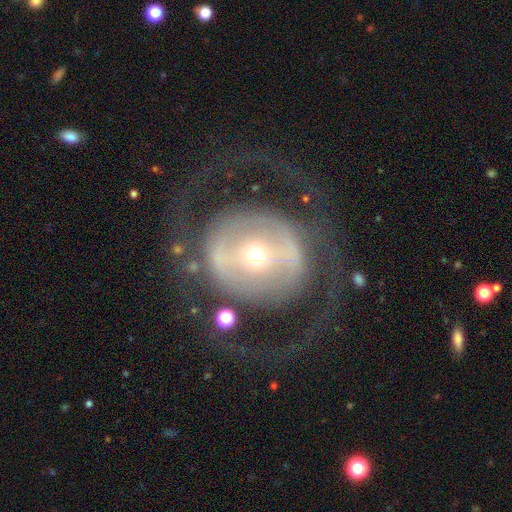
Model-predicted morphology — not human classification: The model was most divided on "bar": no: 37%, strong: 34%, weak: 29%. Remaining: edge-on disk — no (95%); merging — none (72%); smooth or featured — featured or disk (72%); spiral arms — no (61%); bulge size — small (50%).